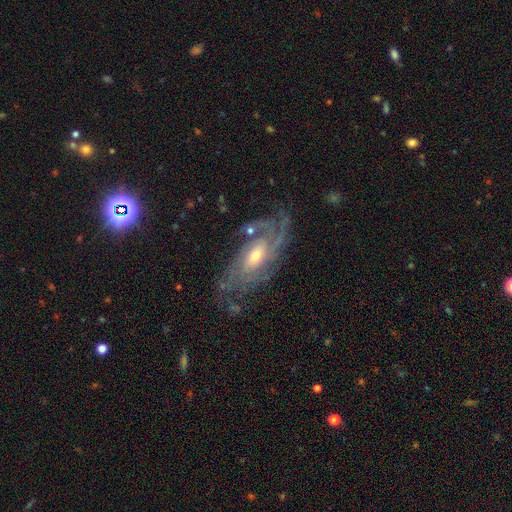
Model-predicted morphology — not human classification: Q: Smooth or featured?
A: featured or disk (85%); runner-up: smooth (9%)
Q: Edge-on disk?
A: no (93%); runner-up: yes (7%)
Q: Bar?
A: no (63%); runner-up: weak (30%)
Q: Spiral arms?
A: yes (94%); runner-up: no (6%)
Q: Spiral winding?
A: tight (57%); runner-up: medium (33%)
Q: Spiral arm count?
A: can't tell (34%); runner-up: 3 (20%)
Q: Bulge size?
A: moderate (53%); runner-up: small (42%)
Q: Merging?
A: none (65%); runner-up: minor disturbance (20%)